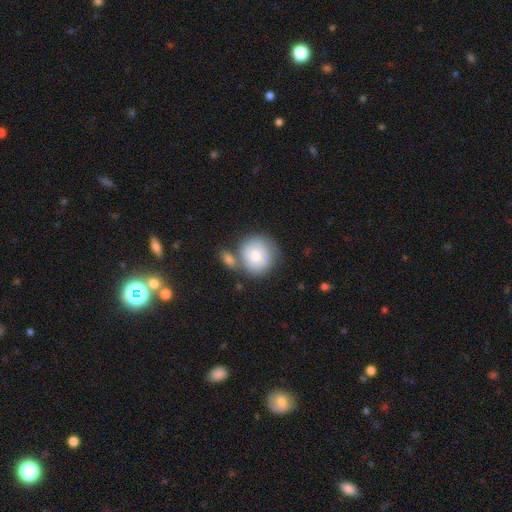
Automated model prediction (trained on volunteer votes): smooth-or-featured: smooth: 64% | featured or disk: 29% | star or artifact: 7%
  how-rounded: round: 90% | in between: 9% | cigar-shaped: 1%
  merging: none: 50% | merger: 29% | minor disturbance: 15% | major disturbance: 6%